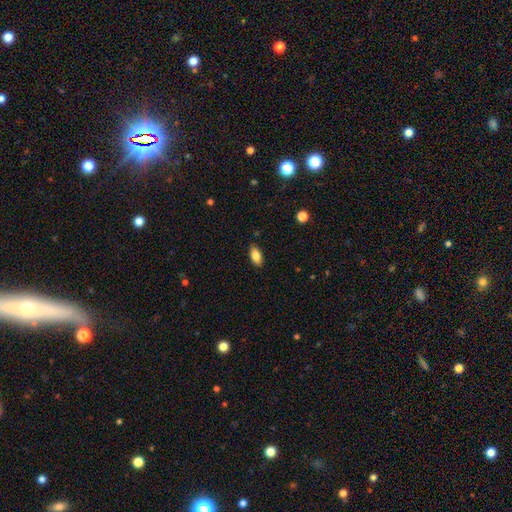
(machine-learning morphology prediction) A smooth galaxy with no disk features (84%) that is in between round and cigar-shaped (89%).

Vote fractions:
- Smooth or featured? smooth: 84% / featured or disk: 8% / star or artifact: 8%
- How rounded? in between: 89% / cigar-shaped: 8% / round: 3%
- Merging? none: 85% / minor disturbance: 12% / major disturbance: 2% / merger: 1%